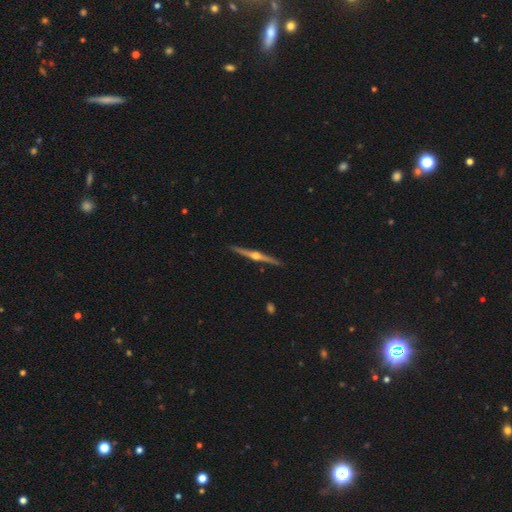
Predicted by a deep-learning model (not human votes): Smooth or featured? Predicted: featured or disk (p=0.85). Edge-on disk? Predicted: yes (p=0.99). Edge-on bulge? Predicted: rounded (p=0.96). Merging? Predicted: none (p=0.91).